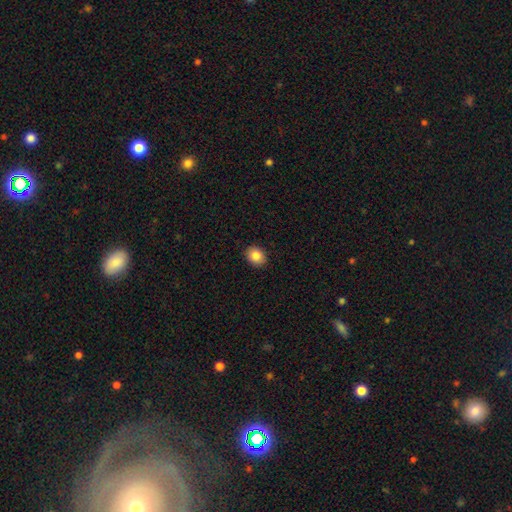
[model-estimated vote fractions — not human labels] smooth_or_featured: smooth (p=0.86) [alt: star or artifact p=0.09]
how_rounded: round (p=0.54) [alt: in between p=0.45]
merging: none (p=0.90) [alt: minor disturbance p=0.07]